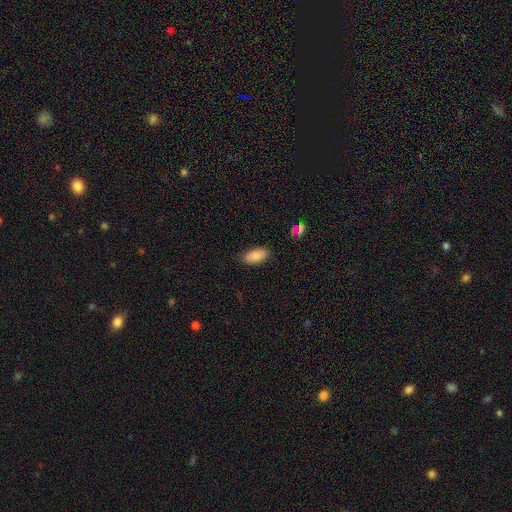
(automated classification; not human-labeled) Overall: smooth (83%). How rounded: in between (92%). Merging: none (83%).